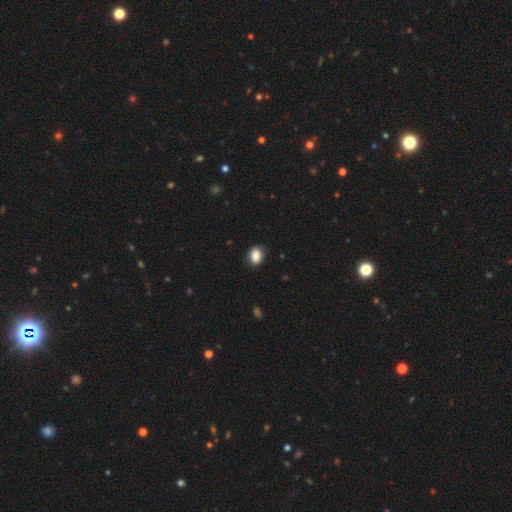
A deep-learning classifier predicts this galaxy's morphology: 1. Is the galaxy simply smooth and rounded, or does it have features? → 87% smooth, 8% star or artifact, 5% featured or disk.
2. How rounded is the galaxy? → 75% in between, 24% round, 1% cigar-shaped.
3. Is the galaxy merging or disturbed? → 86% none, 10% minor disturbance, 2% major disturbance, 1% merger.